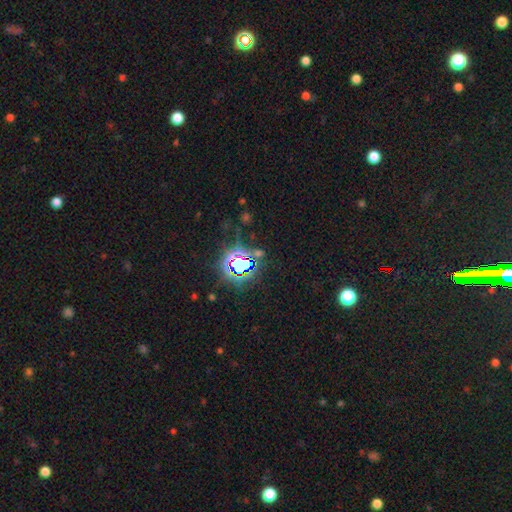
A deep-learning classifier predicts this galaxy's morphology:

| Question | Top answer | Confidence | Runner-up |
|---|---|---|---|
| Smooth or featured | star or artifact | 76% | smooth (15%) |